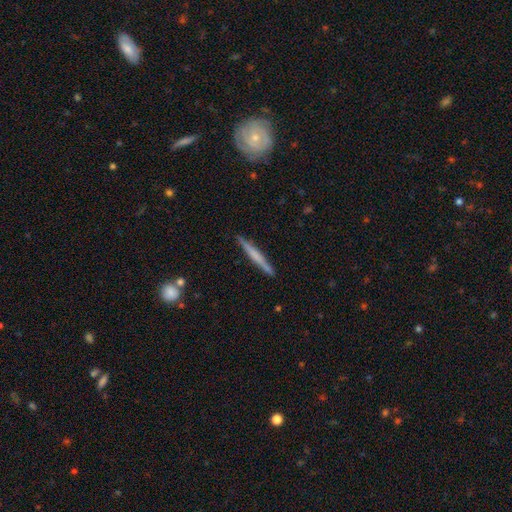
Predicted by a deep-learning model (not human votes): smooth-or-featured: smooth: 49% | featured or disk: 46% | star or artifact: 5%
  merging: none: 89% | minor disturbance: 8% | merger: 2% | major disturbance: 1%